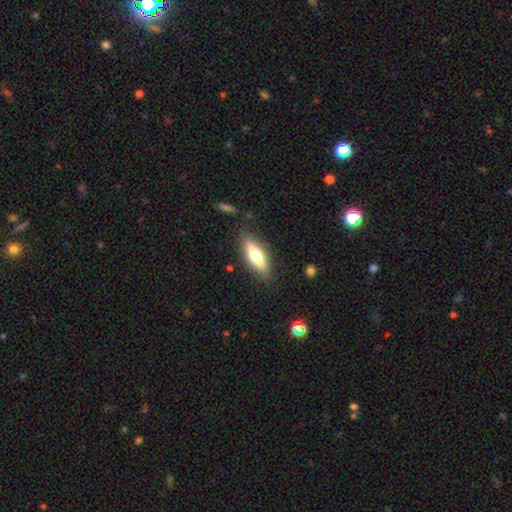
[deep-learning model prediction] Q: Smooth or featured?
A: smooth (49%); runner-up: featured or disk (45%)
Q: Merging?
A: none (85%); runner-up: minor disturbance (10%)